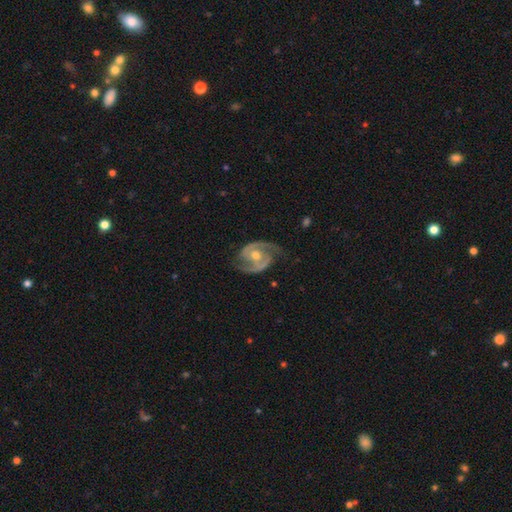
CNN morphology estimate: Overall: featured or disk (92%). Edge-on disk: no (98%). Bar: no (54%; weak 32%). Spiral arms: yes (98%). Spiral arm count: 2 (93%). Spiral winding: medium (53%; tight 35%). Bulge size: moderate (75%). Merging: none (78%).